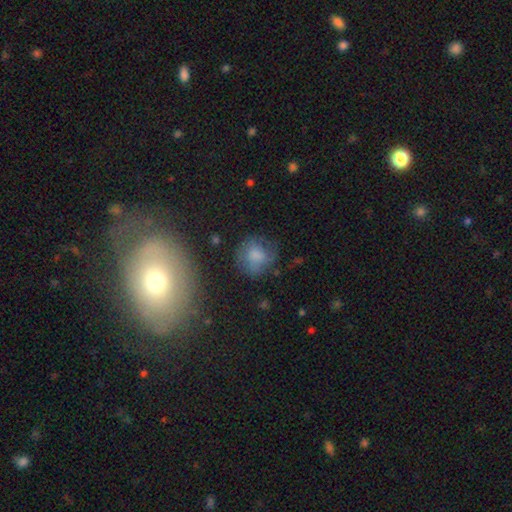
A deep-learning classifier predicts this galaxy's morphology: This appears to be a smooth galaxy with no disk features (65%) that is round (79%). Merging: none (57%).